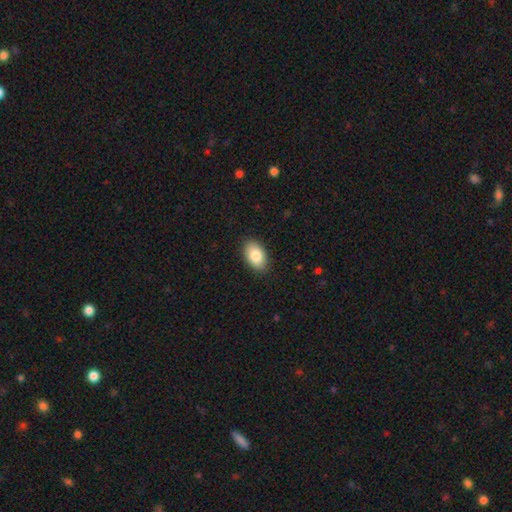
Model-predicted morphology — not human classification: The model was most divided on "smooth or featured": smooth: 84%, featured or disk: 9%, star or artifact: 7%. More confident: how rounded — in between (93%); merging — none (88%).